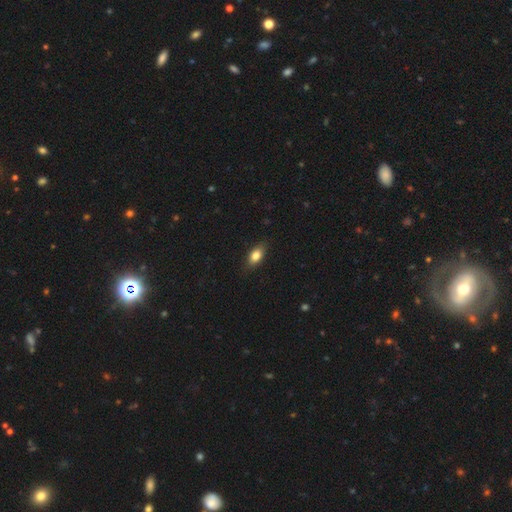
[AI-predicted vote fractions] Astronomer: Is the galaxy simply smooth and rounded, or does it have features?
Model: smooth — 80%.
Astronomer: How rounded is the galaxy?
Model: in between — 83%.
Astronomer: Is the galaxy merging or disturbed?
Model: none — 83%.